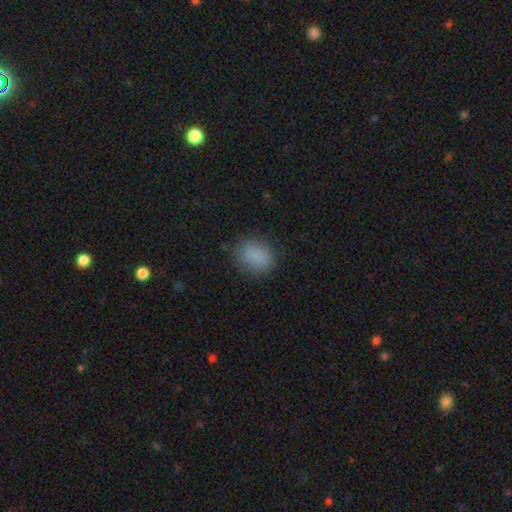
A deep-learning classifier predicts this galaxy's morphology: smooth 85%, star or artifact 9%, featured or disk 6%. Down the decision tree: how rounded — in between (50%); merging — none (81%).